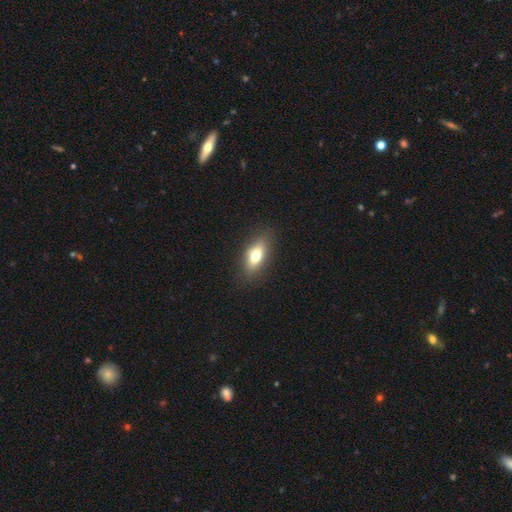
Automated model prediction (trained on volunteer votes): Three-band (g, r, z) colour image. It shows a smooth galaxy with no disk features (70%) that is in between round and cigar-shaped (75%). Merging: none (86%).